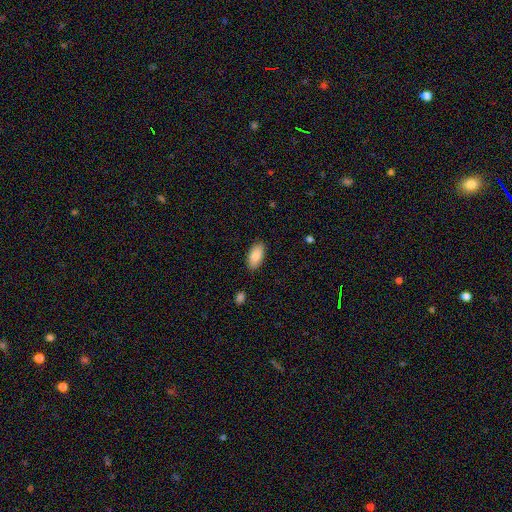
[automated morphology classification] Smooth or featured: smooth — 86% (featured or disk — 7%)
How rounded: in between — 93% (cigar-shaped — 5%)
Merging: none — 86% (minor disturbance — 11%)